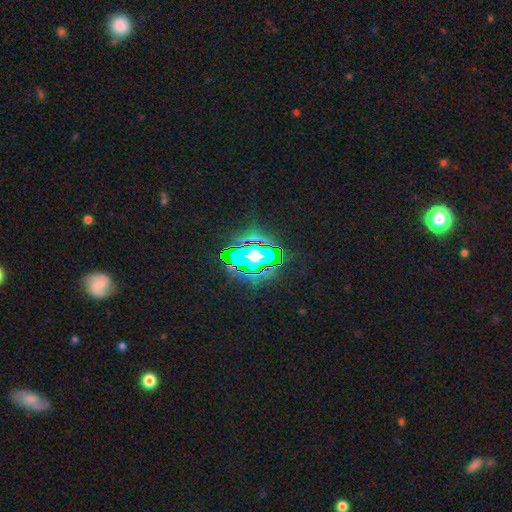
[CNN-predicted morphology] The model was most divided on "smooth or featured": star or artifact: 58%, smooth: 23%, featured or disk: 19%.